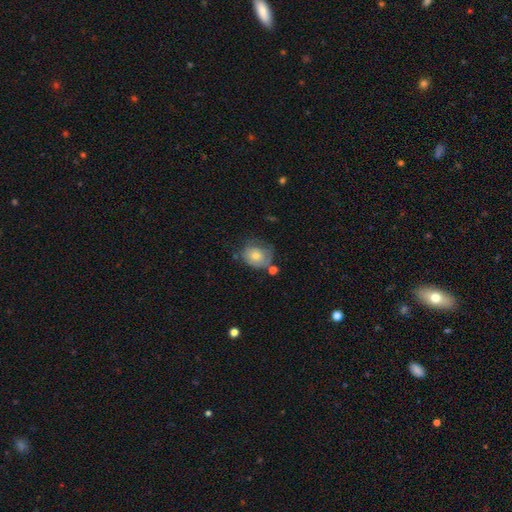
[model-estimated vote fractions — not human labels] Smooth or featured?
  - smooth: 64% *
  - featured or disk: 28%
  - star or artifact: 8%
How rounded?
  - round: 61% *
  - in between: 38%
  - cigar-shaped: 1%
Merging?
  - none: 47% *
  - minor disturbance: 29%
  - major disturbance: 15%
  - merger: 9%